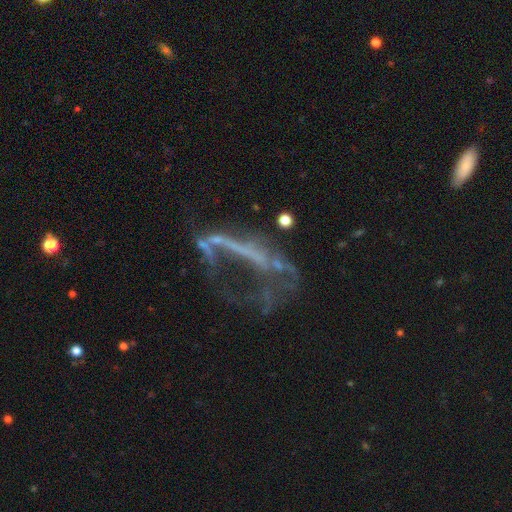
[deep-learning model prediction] Smooth or featured? featured or disk (60%)
Edge-on disk? no (78%)
Merging? major disturbance (44%)